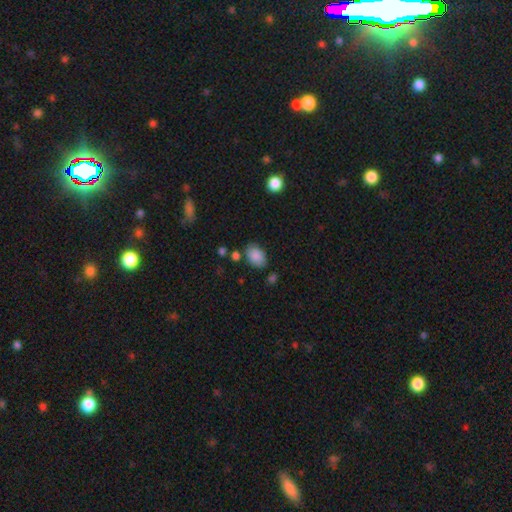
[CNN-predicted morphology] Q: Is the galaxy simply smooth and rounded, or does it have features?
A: smooth — 86%.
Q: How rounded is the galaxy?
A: in between — 82%.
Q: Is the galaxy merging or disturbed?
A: none — 72%.